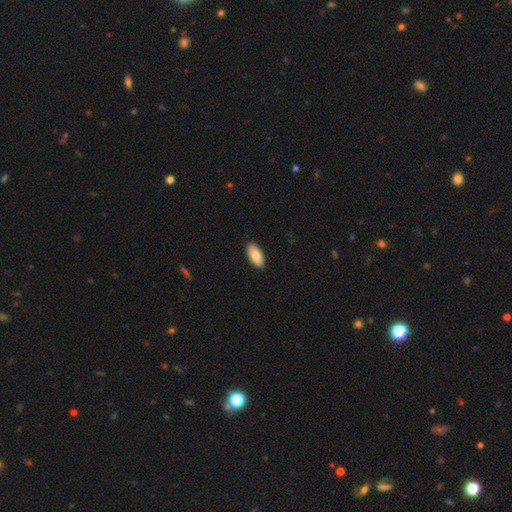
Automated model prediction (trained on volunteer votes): smooth_or_featured: smooth (p=0.84) [alt: featured or disk p=0.10]
how_rounded: in between (p=0.91) [alt: cigar-shaped p=0.07]
merging: none (p=0.90) [alt: minor disturbance p=0.07]